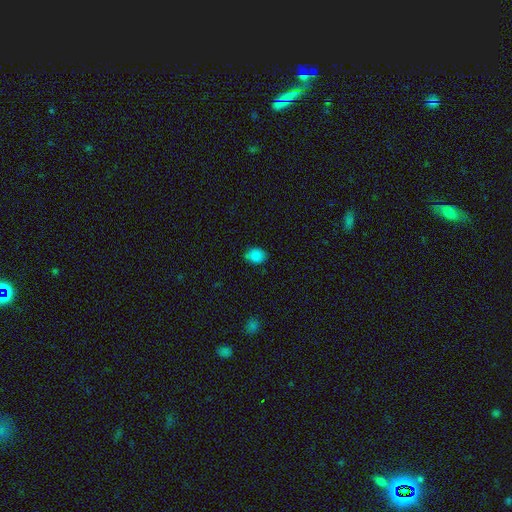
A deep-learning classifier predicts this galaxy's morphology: smooth 85%, star or artifact 11%, featured or disk 4%. Down the decision tree: how rounded — in between (53%); merging — none (75%).